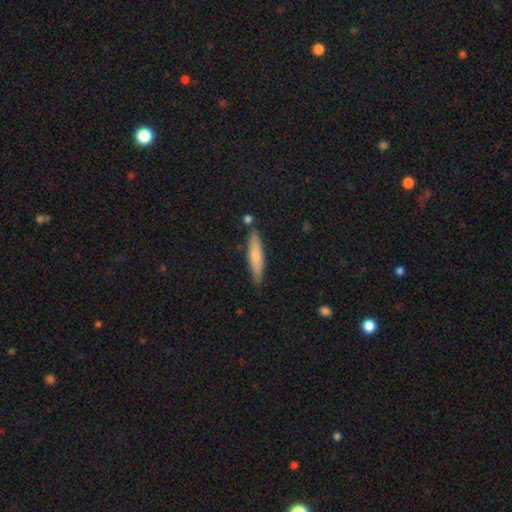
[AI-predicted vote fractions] smooth_or_featured: smooth (p=0.69) [alt: featured or disk p=0.25]
how_rounded: cigar-shaped (p=0.86) [alt: in between p=0.13]
merging: none (p=0.82) [alt: minor disturbance p=0.12]